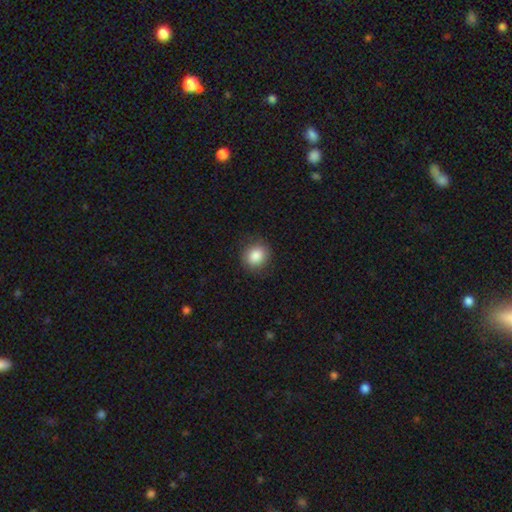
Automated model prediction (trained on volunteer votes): smooth_or_featured: smooth (p=0.86) [alt: star or artifact p=0.09]
how_rounded: round (p=0.76) [alt: in between p=0.24]
merging: none (p=0.85) [alt: minor disturbance p=0.11]